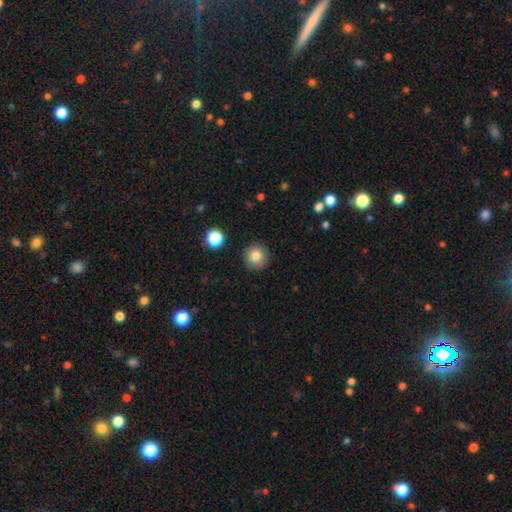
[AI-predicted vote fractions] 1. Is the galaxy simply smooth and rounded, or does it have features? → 83% smooth, 10% star or artifact, 7% featured or disk.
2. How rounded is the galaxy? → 95% round, 4% in between, 1% cigar-shaped.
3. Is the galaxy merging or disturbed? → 90% none, 7% minor disturbance, 2% major disturbance, 2% merger.